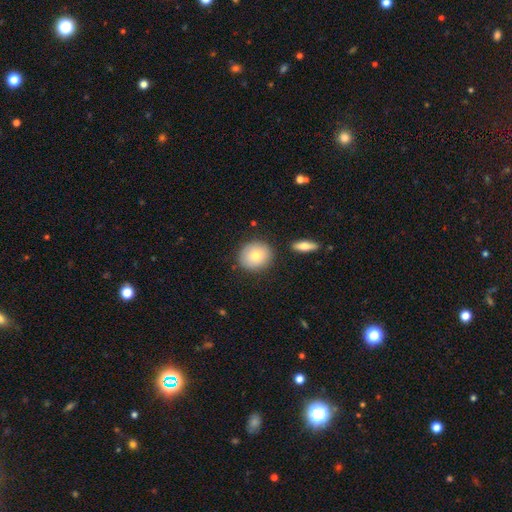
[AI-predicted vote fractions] Smooth or featured? Predicted: smooth (p=0.77). How rounded? Predicted: round (p=0.82). Merging? Predicted: none (p=0.83).